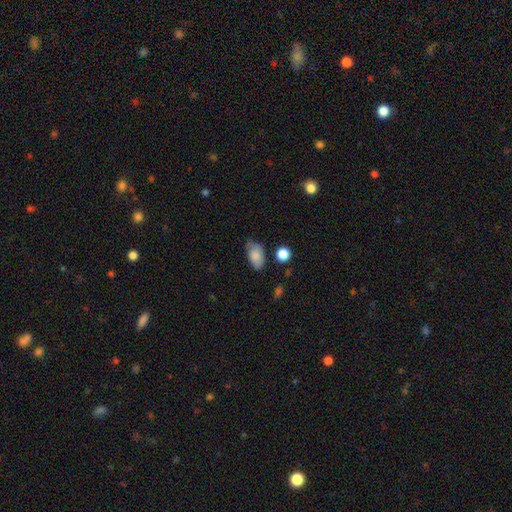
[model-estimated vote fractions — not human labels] This appears to be a smooth galaxy with no disk features (83%) that is in between round and cigar-shaped (91%). Merging: none (61%).